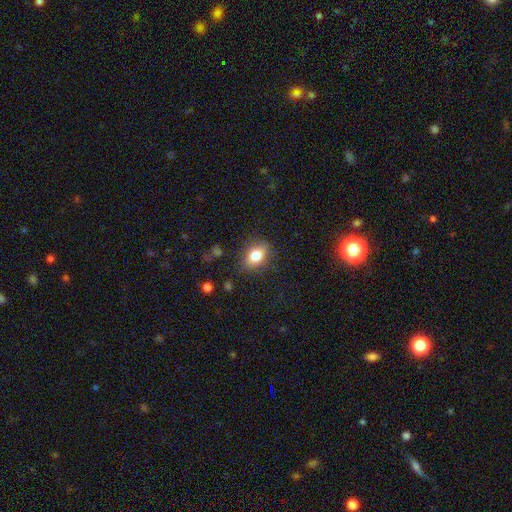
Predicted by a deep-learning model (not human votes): The model was most divided on "how rounded": in between: 72%, round: 26%, cigar-shaped: 2%. More confident: merging — none (80%); smooth or featured — smooth (78%).